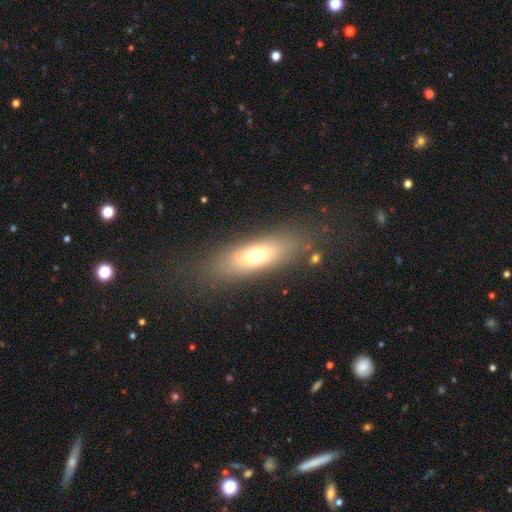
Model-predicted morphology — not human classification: Smooth or featured: smooth — 64% (featured or disk — 26%)
How rounded: in between — 61% (cigar-shaped — 35%)
Merging: none — 76% (minor disturbance — 13%)